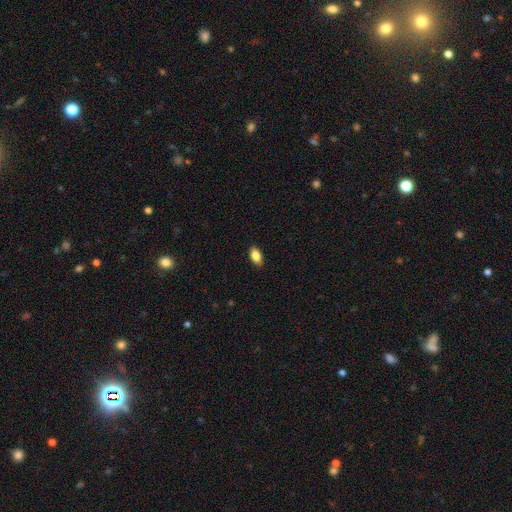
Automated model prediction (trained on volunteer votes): The model was most divided on "smooth or featured": smooth: 83%, featured or disk: 9%, star or artifact: 8%. More confident: how rounded — in between (89%); merging — none (86%).